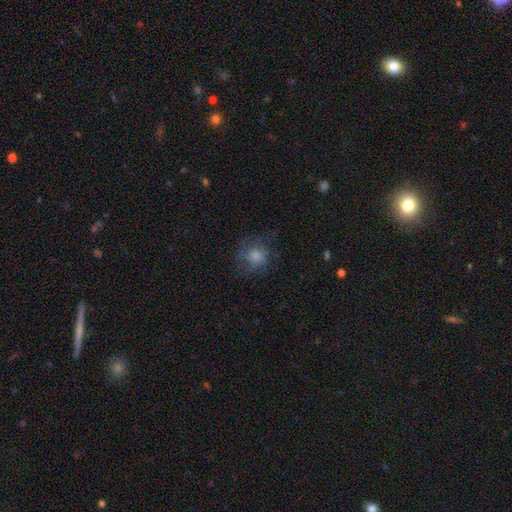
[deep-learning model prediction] The model was most divided on "smooth or featured": smooth: 58%, featured or disk: 26%, star or artifact: 16%. More confident: how rounded — round (82%); merging — none (67%).